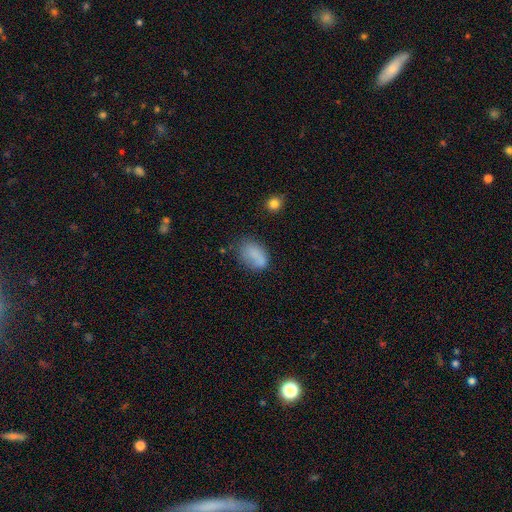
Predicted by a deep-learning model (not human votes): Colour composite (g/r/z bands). It shows a smooth galaxy with no disk features (79%) that is in between round and cigar-shaped (84%). Merging: none (54%).